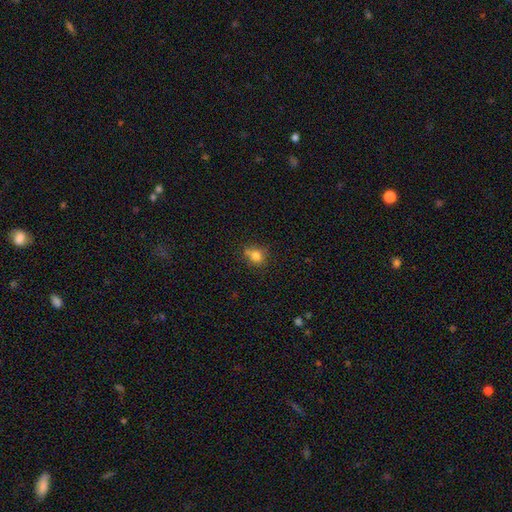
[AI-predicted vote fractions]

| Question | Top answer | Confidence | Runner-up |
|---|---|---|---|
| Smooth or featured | smooth | 79% | star or artifact (12%) |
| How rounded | round | 79% | in between (20%) |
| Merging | none | 63% | minor disturbance (17%) |